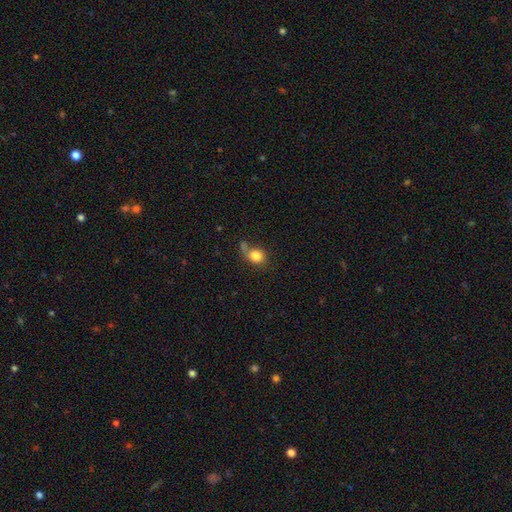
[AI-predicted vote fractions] The model was most divided on "merging": none: 42%, minor disturbance: 23%, major disturbance: 21%, merger: 14%. More confident: smooth or featured — smooth (80%); how rounded — round (64%).